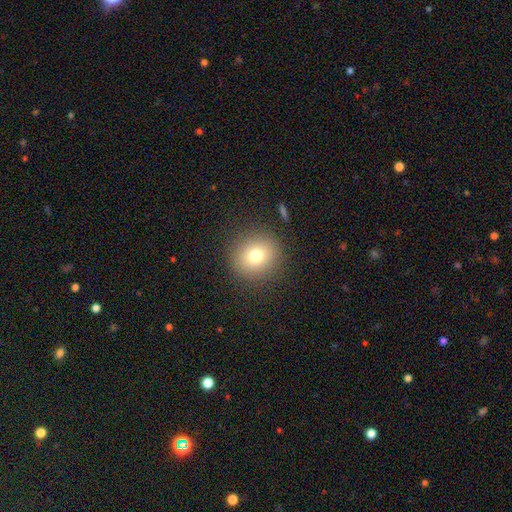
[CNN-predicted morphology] A smooth galaxy with no disk features (75%) that is round (89%).

Vote fractions:
- Smooth or featured? smooth: 75% / star or artifact: 13% / featured or disk: 11%
- How rounded? round: 89% / in between: 10% / cigar-shaped: 1%
- Merging? none: 89% / minor disturbance: 7% / major disturbance: 3% / merger: 1%